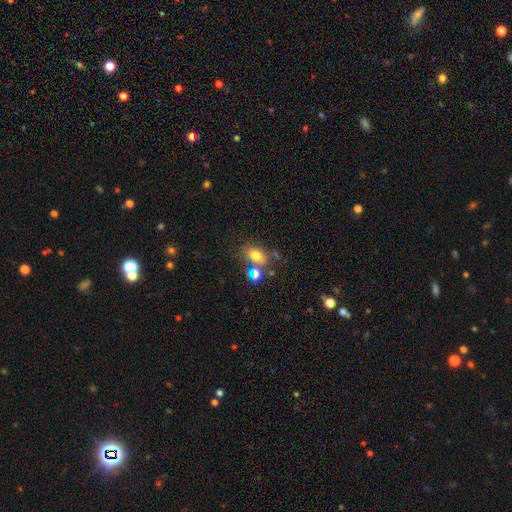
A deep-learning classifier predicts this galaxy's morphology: The model was most divided on "merging": none: 51%, merger: 28%, minor disturbance: 14%, major disturbance: 6%. More confident: smooth or featured — smooth (73%); how rounded — in between (67%).